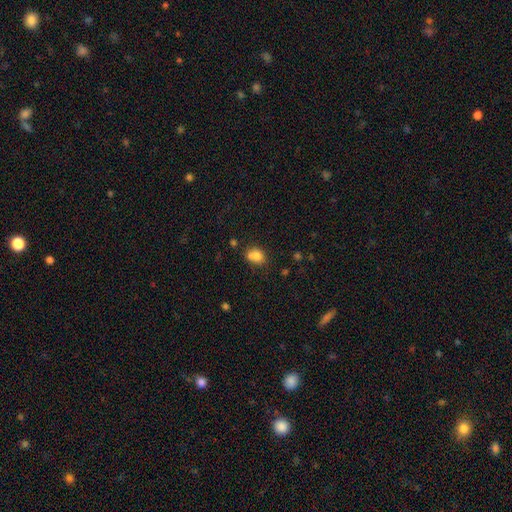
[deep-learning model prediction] smooth-or-featured: smooth: 79% | star or artifact: 11% | featured or disk: 10%
  how-rounded: in between: 54% | round: 45% | cigar-shaped: 1%
  merging: none: 49% | merger: 27% | minor disturbance: 19% | major disturbance: 6%